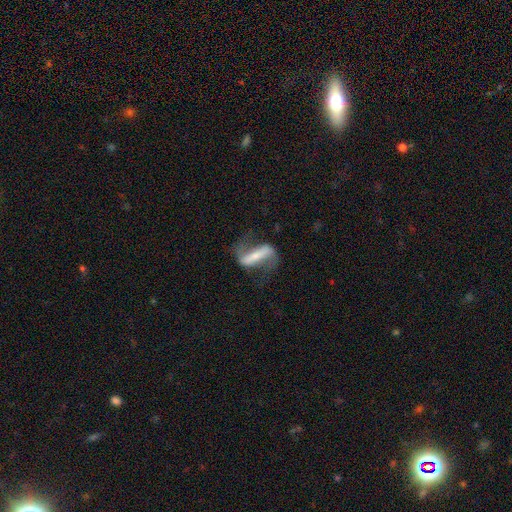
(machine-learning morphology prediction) Smooth or featured? Predicted: featured or disk (p=0.78). Edge-on disk? Predicted: no (p=0.85). Bar? Predicted: strong (p=0.74). Spiral arms? Predicted: yes (p=0.88). Spiral winding? Predicted: loose (p=0.63). Spiral arm count? Predicted: 2 (p=0.90). Bulge size? Predicted: small (p=0.51). Merging? Predicted: none (p=0.64).